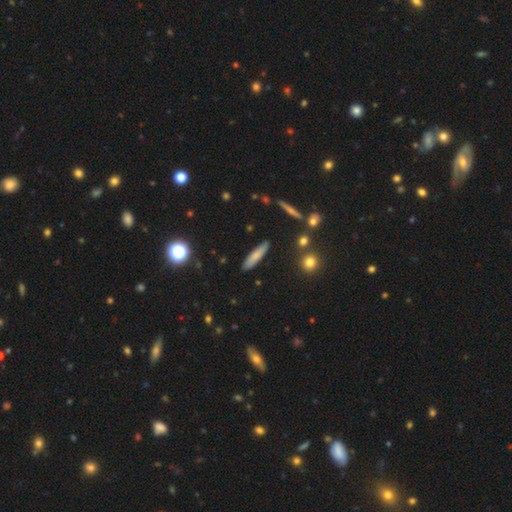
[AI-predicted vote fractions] Overall: smooth (73%). How rounded: cigar-shaped (82%). Merging: none (87%).